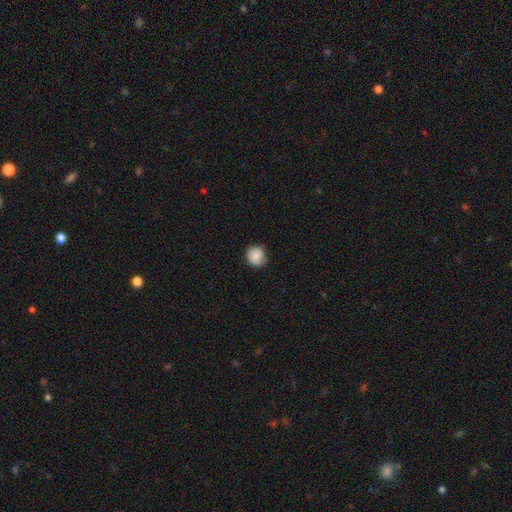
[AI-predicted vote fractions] smooth 87%, star or artifact 8%, featured or disk 5%. Down the decision tree: how rounded — round (89%); merging — none (79%).